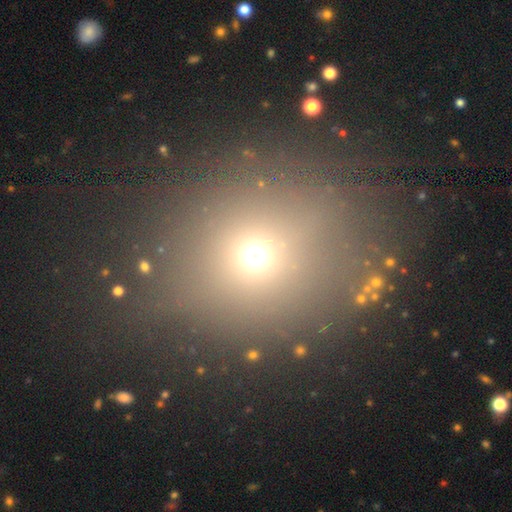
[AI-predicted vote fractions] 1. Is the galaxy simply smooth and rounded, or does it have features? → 65% smooth, 25% star or artifact, 10% featured or disk.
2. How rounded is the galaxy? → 80% round, 18% in between, 2% cigar-shaped.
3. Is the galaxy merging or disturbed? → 72% none, 11% merger, 10% minor disturbance, 6% major disturbance.